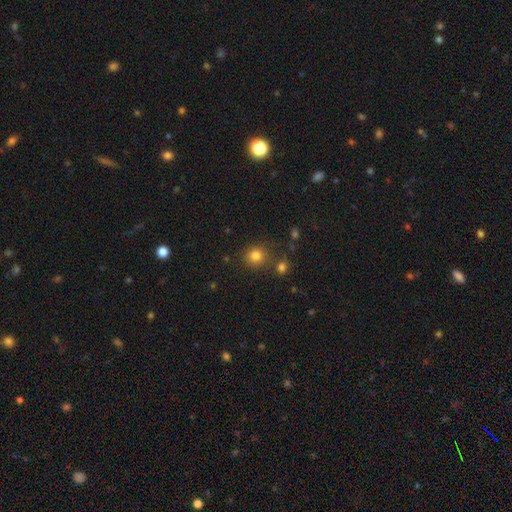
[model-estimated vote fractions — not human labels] Overall: smooth (81%). How rounded: round (86%). Merging: none (78%).